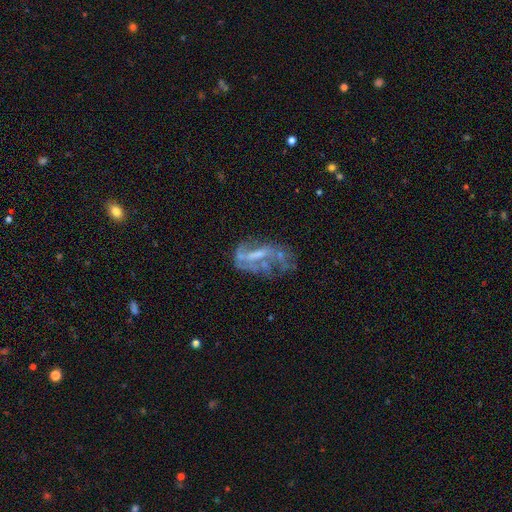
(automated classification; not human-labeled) featured or disk 67%, smooth 20%, star or artifact 13%. Down the decision tree: edge-on disk — no (94%); bar — no (44%); spiral arms — no (61%); bulge size — none (43%); merging — major disturbance (36%).